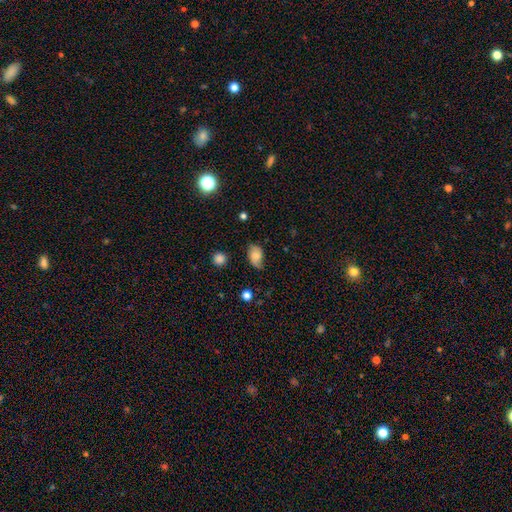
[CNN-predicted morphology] smooth_or_featured: smooth (p=0.70) [alt: featured or disk p=0.21]
how_rounded: in between (p=0.84) [alt: round p=0.14]
merging: none (p=0.61) [alt: minor disturbance p=0.30]